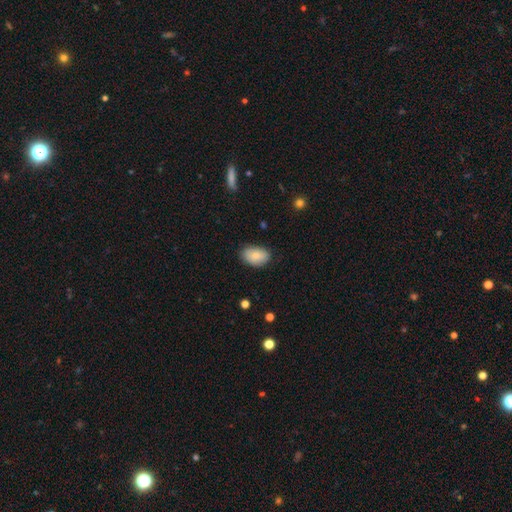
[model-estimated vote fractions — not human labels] smooth-or-featured: smooth: 84% | featured or disk: 10% | star or artifact: 7%
  how-rounded: in between: 91% | round: 8% | cigar-shaped: 1%
  merging: none: 79% | minor disturbance: 17% | major disturbance: 3% | merger: 1%